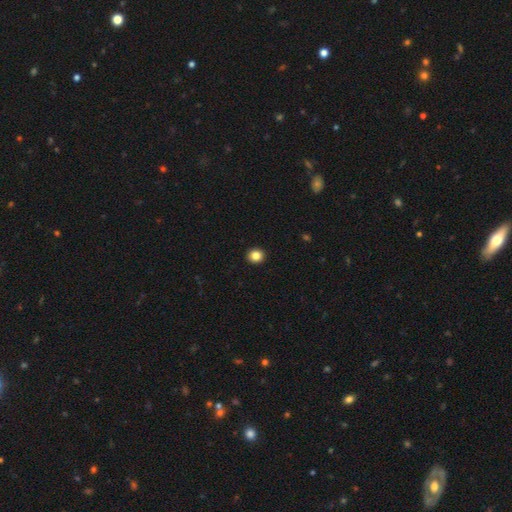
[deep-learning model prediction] smooth_or_featured: smooth (p=0.85) [alt: star or artifact p=0.10]
how_rounded: round (p=0.83) [alt: in between p=0.16]
merging: none (p=0.93) [alt: minor disturbance p=0.04]